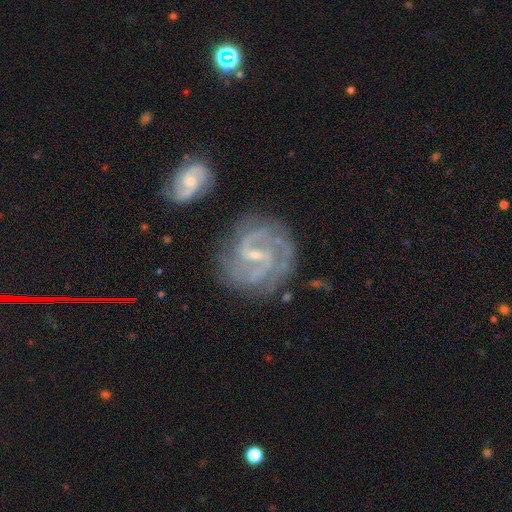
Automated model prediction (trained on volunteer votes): Smooth or featured?
  - featured or disk: 90% *
  - star or artifact: 5%
  - smooth: 5%
Edge-on disk?
  - no: 98% *
  - yes: 2%
Bar?
  - weak: 55% *
  - strong: 31%
  - no: 14%
Spiral arms?
  - yes: 97% *
  - no: 3%
Spiral winding?
  - medium: 54% *
  - tight: 29%
  - loose: 17%
Spiral arm count?
  - 2: 76% *
  - 3: 9%
  - can't tell: 8%
  - 1: 3%
  - 4: 3%
  - more than 4: 2%
Bulge size?
  - small: 71% *
  - moderate: 21%
  - none: 7%
  - large: 1%
  - dominant: 1%
Merging?
  - none: 67% *
  - minor disturbance: 17%
  - major disturbance: 8%
  - merger: 7%